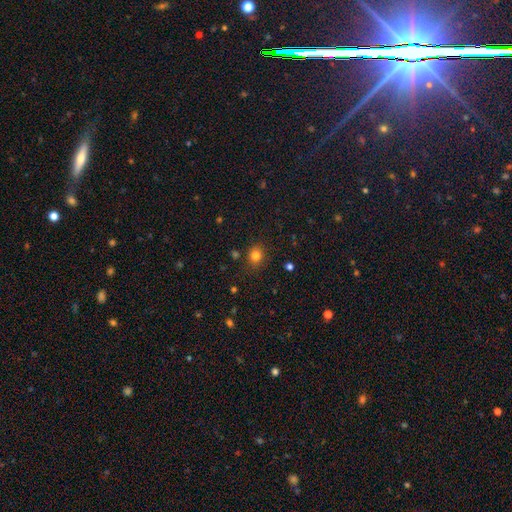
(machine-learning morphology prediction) Smooth or featured? smooth (81%)
How rounded? round (79%)
Merging? none (84%)